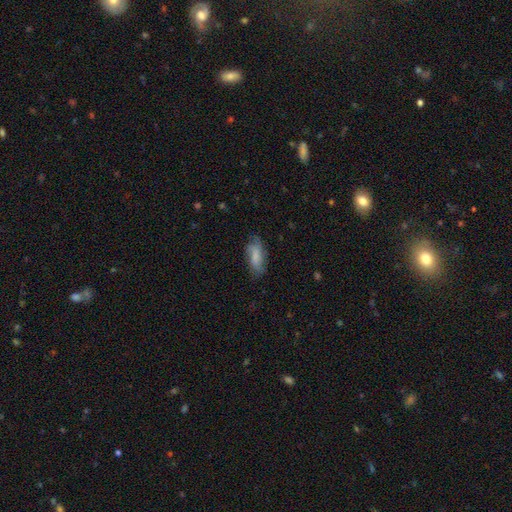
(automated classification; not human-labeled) This is likely a smooth galaxy (74%). How rounded: likely in between (74%). Merging: likely none (69%).